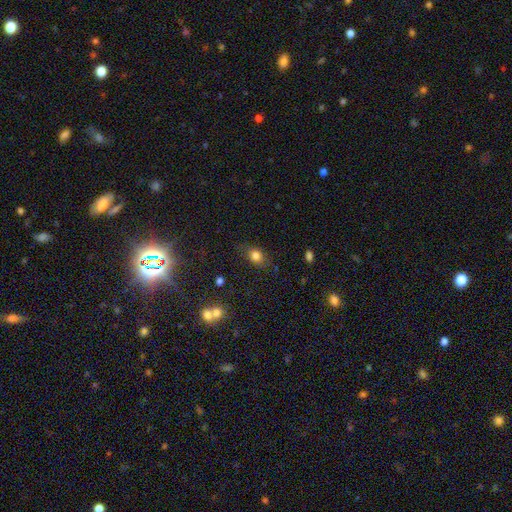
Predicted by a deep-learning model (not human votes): Smooth or featured? Predicted: smooth (p=0.80). How rounded? Predicted: in between (p=0.57). Merging? Predicted: none (p=0.72).